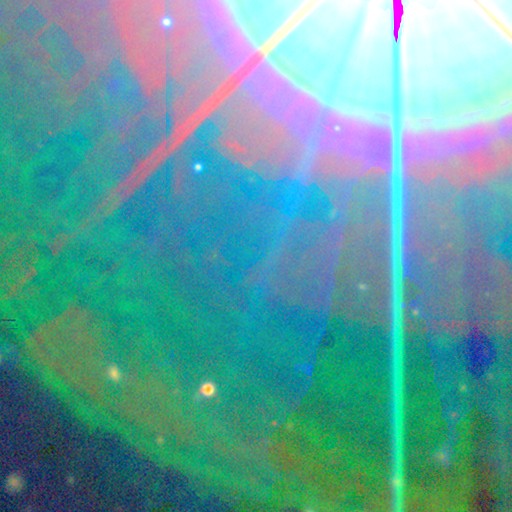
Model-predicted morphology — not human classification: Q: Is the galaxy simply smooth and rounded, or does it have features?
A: star or artifact — 84%.